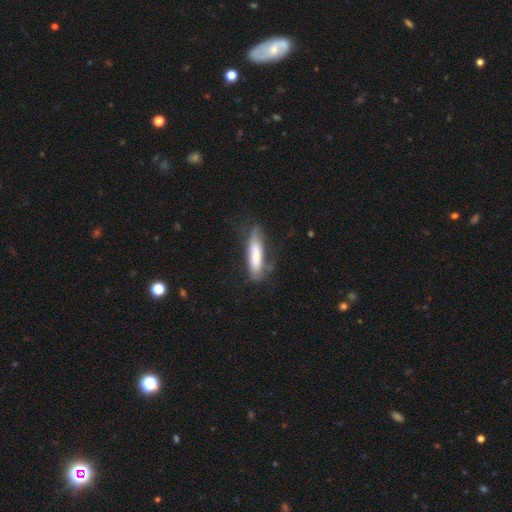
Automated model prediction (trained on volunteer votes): Overall: smooth (62%; featured or disk 31%). How rounded: cigar-shaped (66%; in between 32%). Merging: none (49%; minor disturbance 31%).